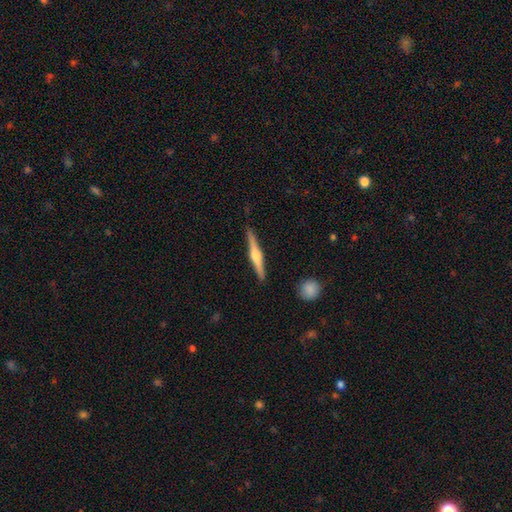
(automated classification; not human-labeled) Smooth or featured: featured or disk — 73% (smooth — 22%)
Edge-on disk: yes — 98% (no — 2%)
Edge-on bulge: rounded — 91% (boxy — 5%)
Merging: none — 91% (minor disturbance — 7%)